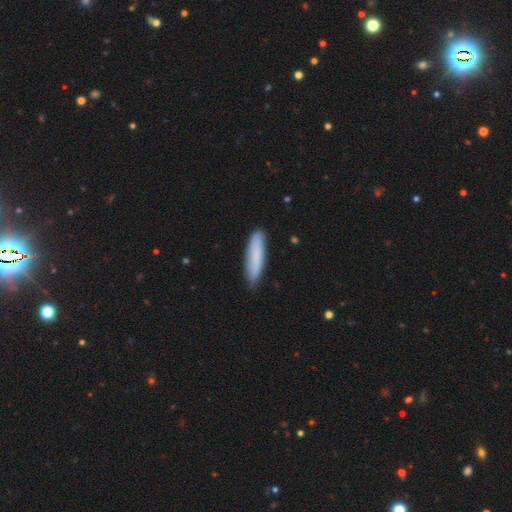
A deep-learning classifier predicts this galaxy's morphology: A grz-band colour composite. It shows a smooth galaxy with no disk features (78%) that is cigar-shaped (74%). Merging: none (85%).